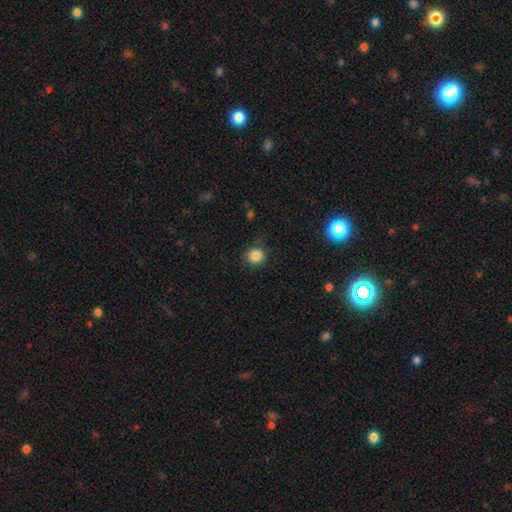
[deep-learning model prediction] The model was most divided on "merging": none: 84%, minor disturbance: 11%, major disturbance: 3%, merger: 2%. More confident: how rounded — round (87%); smooth or featured — smooth (85%).